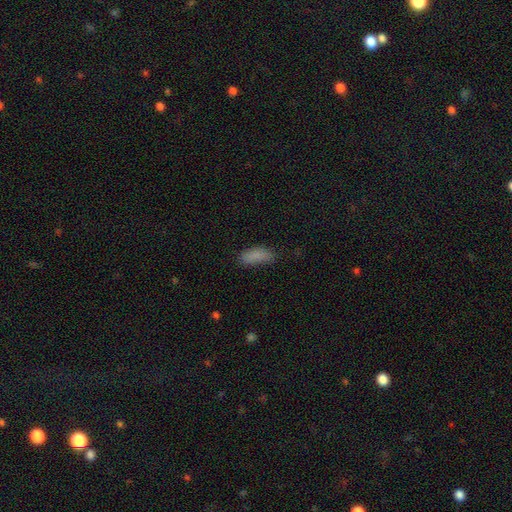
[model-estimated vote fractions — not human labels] smooth-or-featured: smooth: 86% | star or artifact: 9% | featured or disk: 5%
  how-rounded: in between: 64% | cigar-shaped: 34% | round: 2%
  merging: none: 72% | minor disturbance: 20% | major disturbance: 6% | merger: 2%